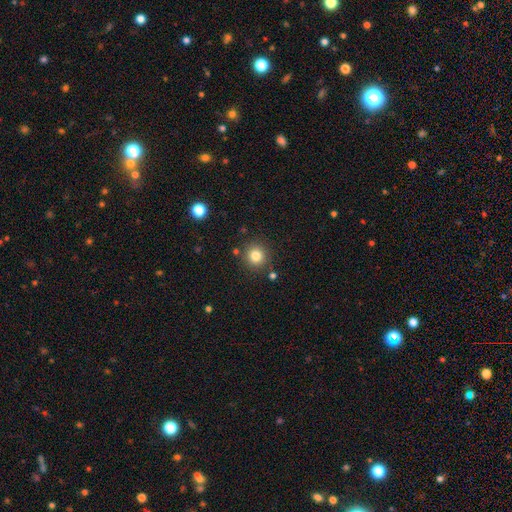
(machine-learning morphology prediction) Smooth or featured? Predicted: smooth (p=0.81). How rounded? Predicted: round (p=0.93). Merging? Predicted: none (p=0.86).